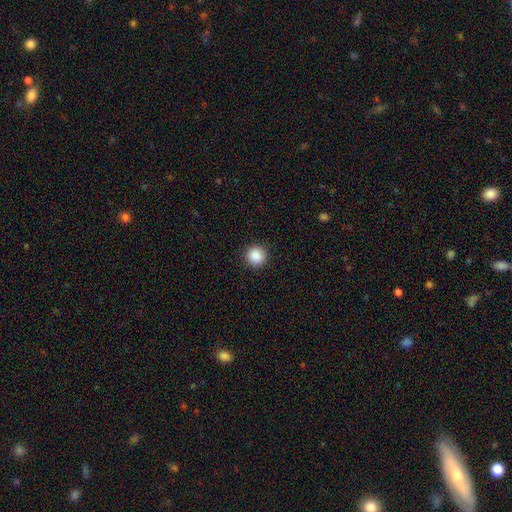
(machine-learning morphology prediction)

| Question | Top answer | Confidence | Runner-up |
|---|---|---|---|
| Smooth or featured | smooth | 88% | star or artifact (9%) |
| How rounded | round | 95% | in between (4%) |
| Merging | none | 92% | minor disturbance (5%) |